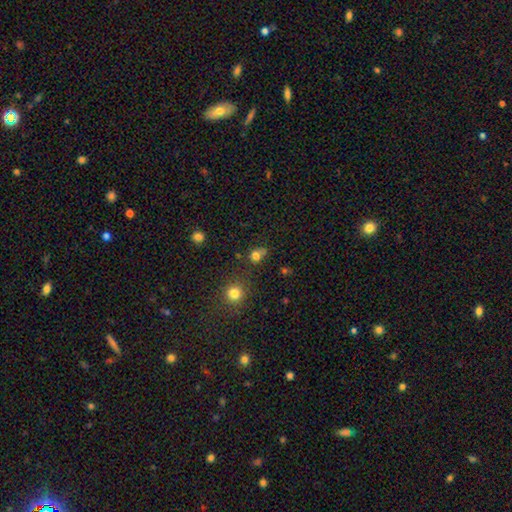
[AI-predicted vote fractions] A smooth galaxy with no disk features (76%) that is round (72%). Merging: none (54%).